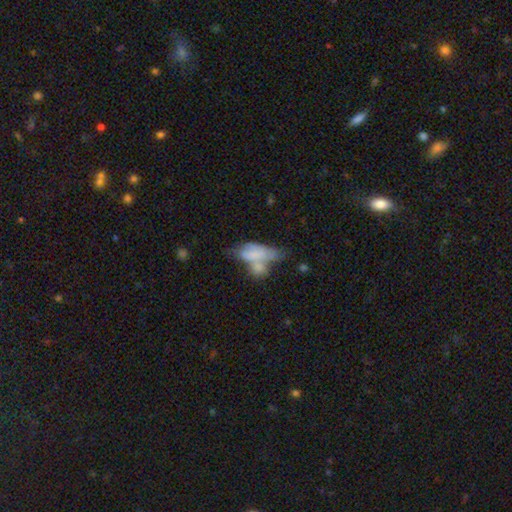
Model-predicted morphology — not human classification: smooth_or_featured: smooth (p=0.64) [alt: featured or disk p=0.28]
how_rounded: in between (p=0.78) [alt: cigar-shaped p=0.15]
merging: merger (p=0.53) [alt: none p=0.18]